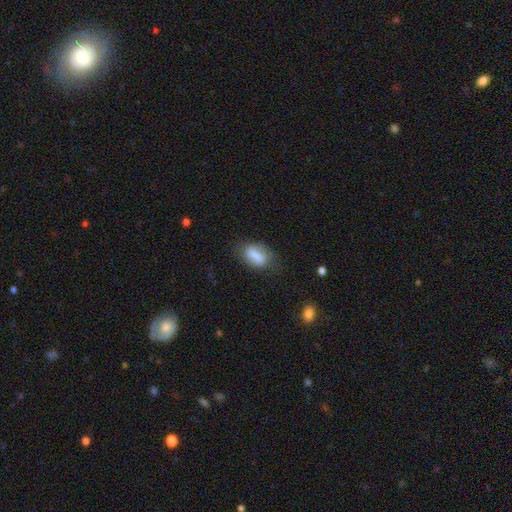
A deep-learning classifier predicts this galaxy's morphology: This appears to be a smooth galaxy with no disk features (77%) that is in between round and cigar-shaped (80%). Merging: none (66%).